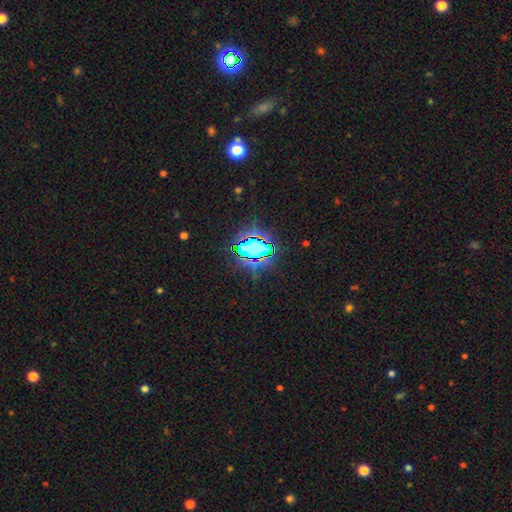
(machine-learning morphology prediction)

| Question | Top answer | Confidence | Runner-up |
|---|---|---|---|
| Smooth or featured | star or artifact | 80% | smooth (13%) |